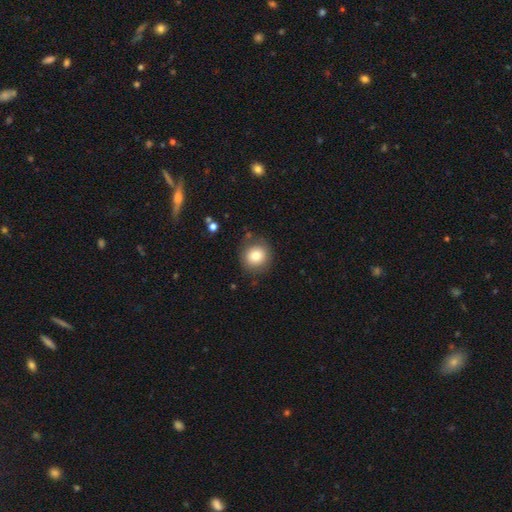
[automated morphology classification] This is clearly a smooth galaxy (80%). How rounded: clearly round (90%). Merging: clearly none (84%).